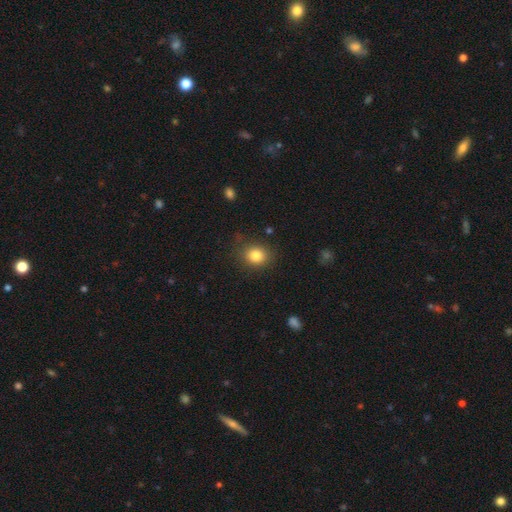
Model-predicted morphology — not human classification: smooth_or_featured: smooth (p=0.82) [alt: star or artifact p=0.11]
how_rounded: round (p=0.69) [alt: in between p=0.30]
merging: none (p=0.83) [alt: minor disturbance p=0.12]